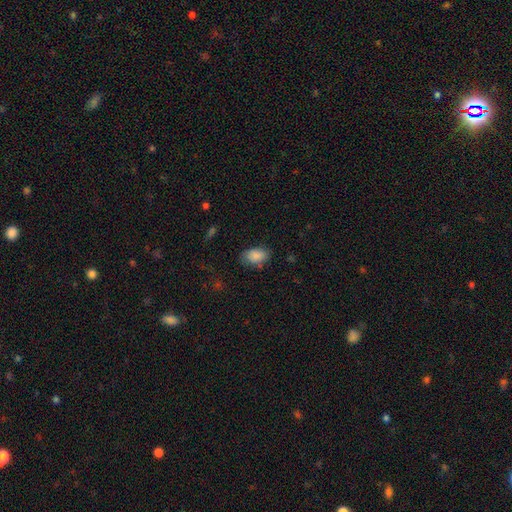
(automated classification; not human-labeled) A smooth galaxy with no disk features (86%) that is in between round and cigar-shaped (91%).

Vote fractions:
- Smooth or featured? smooth: 86% / star or artifact: 7% / featured or disk: 7%
- How rounded? in between: 91% / round: 8% / cigar-shaped: 1%
- Merging? none: 75% / minor disturbance: 19% / major disturbance: 5% / merger: 2%